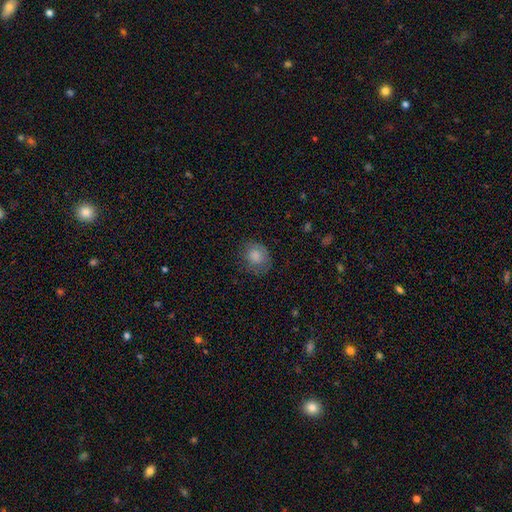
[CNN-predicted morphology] This is likely a smooth galaxy (80%). How rounded: likely round (66%). Merging: likely none (69%).